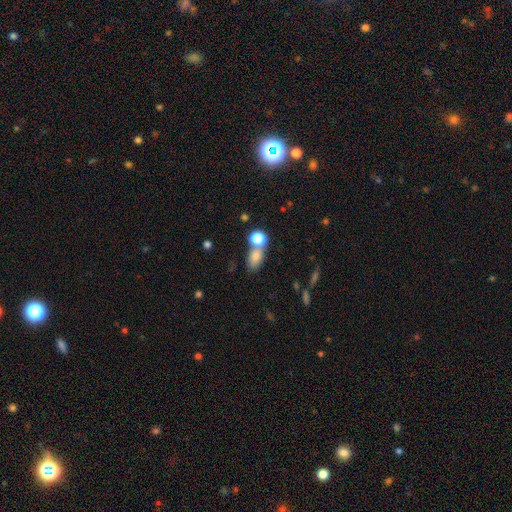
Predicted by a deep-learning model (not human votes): Smooth or featured? smooth (79%)
How rounded? in between (71%)
Merging? none (46%)